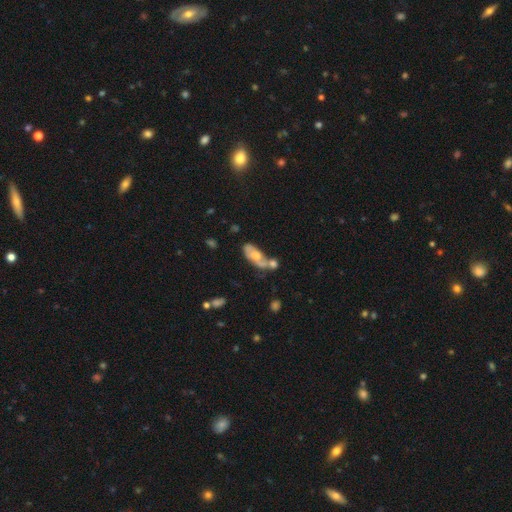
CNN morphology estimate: smooth_or_featured: featured or disk (p=0.52) [alt: smooth p=0.40]
disk_edge_on: no (p=0.87) [alt: yes p=0.13]
merging: merger (p=0.44) [alt: none p=0.24]